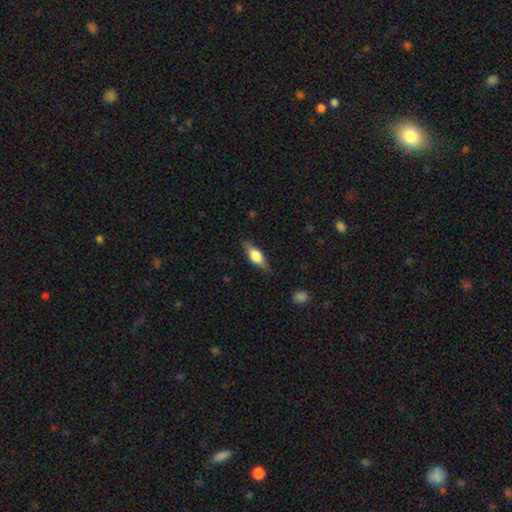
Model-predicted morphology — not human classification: smooth 49%, featured or disk 44%, star or artifact 7%. Down the decision tree: merging — none (83%).